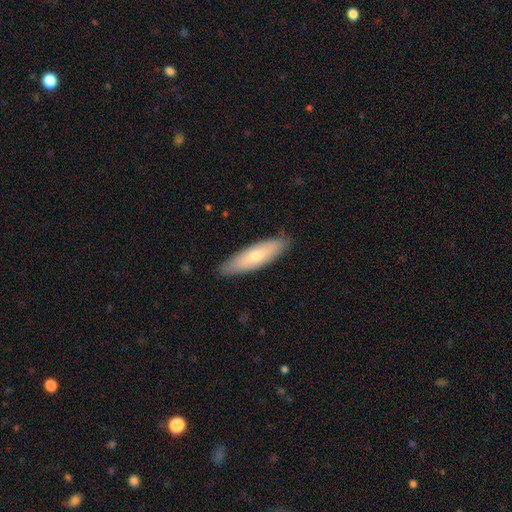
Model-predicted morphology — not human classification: Smooth or featured?
  - smooth: 64% *
  - featured or disk: 30%
  - star or artifact: 6%
How rounded?
  - cigar-shaped: 63% *
  - in between: 35%
  - round: 2%
Merging?
  - none: 88% *
  - minor disturbance: 10%
  - major disturbance: 2%
  - merger: 1%